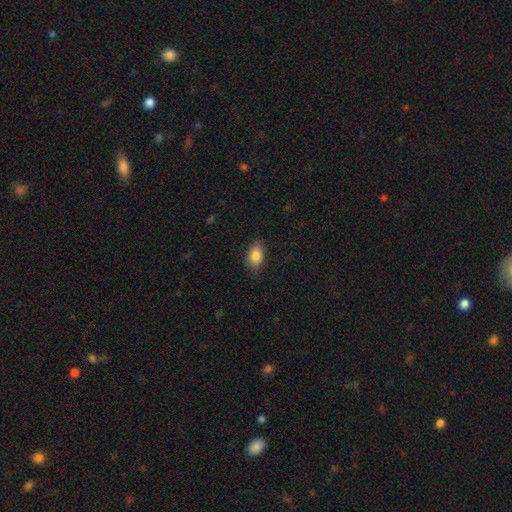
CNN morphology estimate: This appears to be a smooth galaxy with no disk features (85%) that is in between round and cigar-shaped (84%). Merging: none (84%).